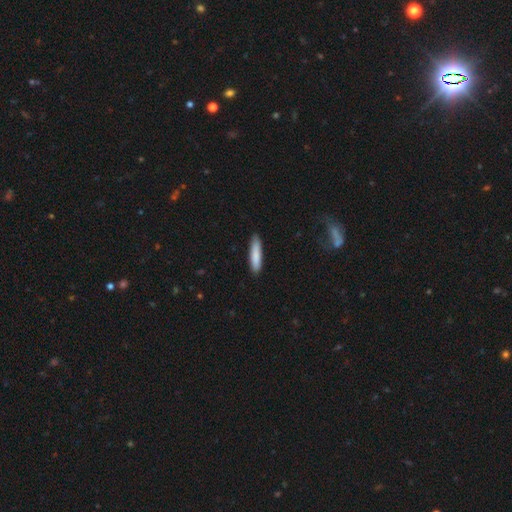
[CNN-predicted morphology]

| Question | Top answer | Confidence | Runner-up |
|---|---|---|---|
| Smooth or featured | smooth | 85% | featured or disk (10%) |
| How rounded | cigar-shaped | 82% | in between (17%) |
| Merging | none | 88% | minor disturbance (10%) |